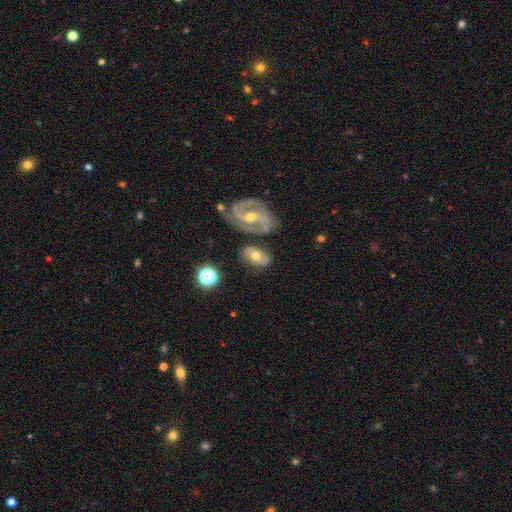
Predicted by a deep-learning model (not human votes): smooth_or_featured: featured or disk (p=0.51) [alt: smooth p=0.39]
disk_edge_on: no (p=0.92) [alt: yes p=0.08]
merging: none (p=0.63) [alt: minor disturbance p=0.19]